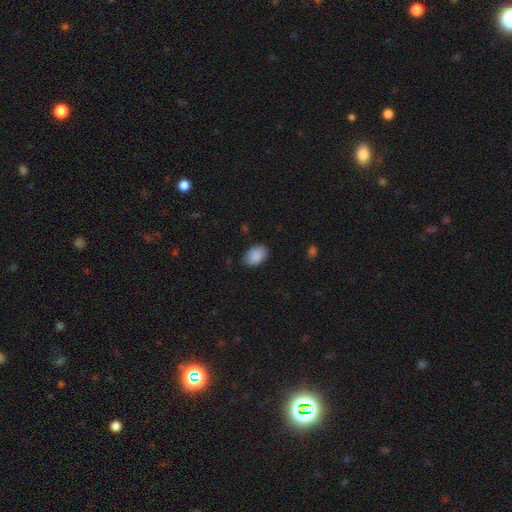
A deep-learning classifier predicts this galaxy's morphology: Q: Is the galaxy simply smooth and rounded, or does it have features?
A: smooth — 90%.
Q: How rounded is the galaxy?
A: in between — 88%.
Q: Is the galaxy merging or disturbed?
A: none — 83%.